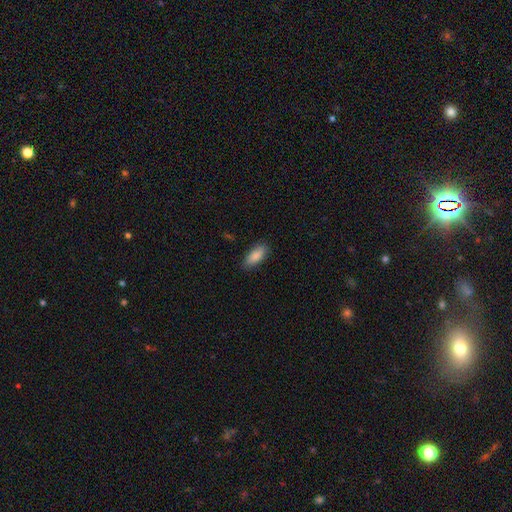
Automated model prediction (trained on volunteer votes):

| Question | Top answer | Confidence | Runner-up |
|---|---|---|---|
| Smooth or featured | smooth | 87% | featured or disk (7%) |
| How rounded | in between | 79% | cigar-shaped (19%) |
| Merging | none | 83% | minor disturbance (13%) |